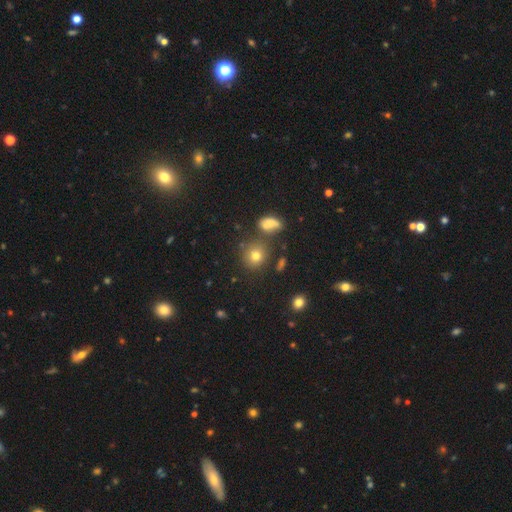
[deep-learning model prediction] Smooth or featured?
  - smooth: 74% *
  - star or artifact: 16%
  - featured or disk: 10%
How rounded?
  - round: 81% *
  - in between: 17%
  - cigar-shaped: 1%
Merging?
  - none: 75% *
  - minor disturbance: 11%
  - merger: 10%
  - major disturbance: 4%